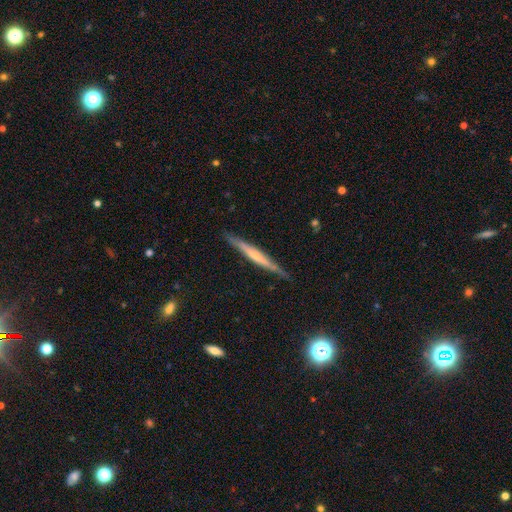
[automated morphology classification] Smooth or featured? Predicted: featured or disk (p=0.63). Edge-on disk? Predicted: yes (p=0.97). Edge-on bulge? Predicted: rounded (p=0.48). Merging? Predicted: none (p=0.88).